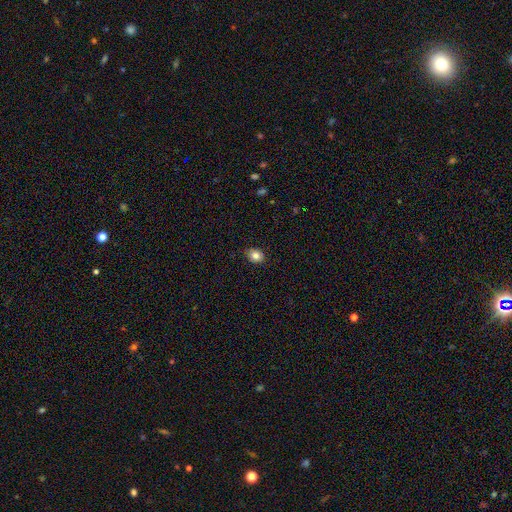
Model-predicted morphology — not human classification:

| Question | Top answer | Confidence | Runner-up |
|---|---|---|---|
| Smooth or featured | smooth | 83% | star or artifact (10%) |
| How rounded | in between | 56% | round (43%) |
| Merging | none | 87% | minor disturbance (10%) |